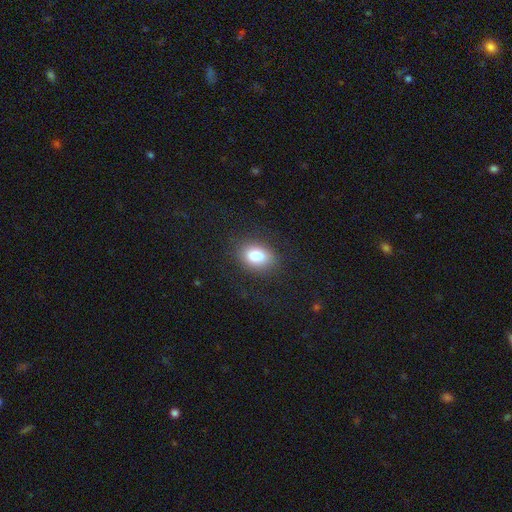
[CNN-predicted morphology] smooth-or-featured: smooth: 83% | star or artifact: 9% | featured or disk: 8%
  how-rounded: in between: 78% | round: 21% | cigar-shaped: 1%
  merging: none: 81% | minor disturbance: 12% | major disturbance: 5% | merger: 1%